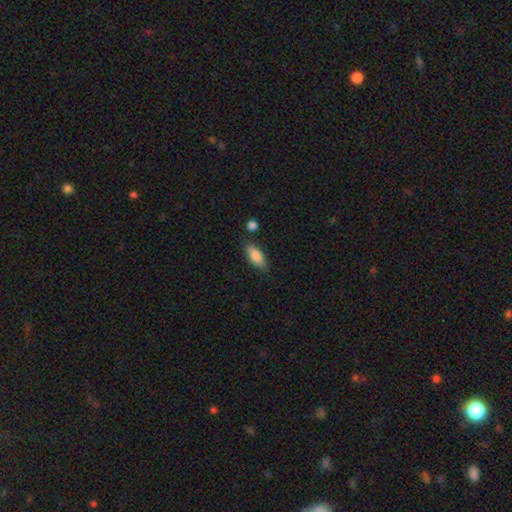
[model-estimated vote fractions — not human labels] A smooth galaxy with no disk features (83%) that is in between round and cigar-shaped (80%). Merging: none (78%).